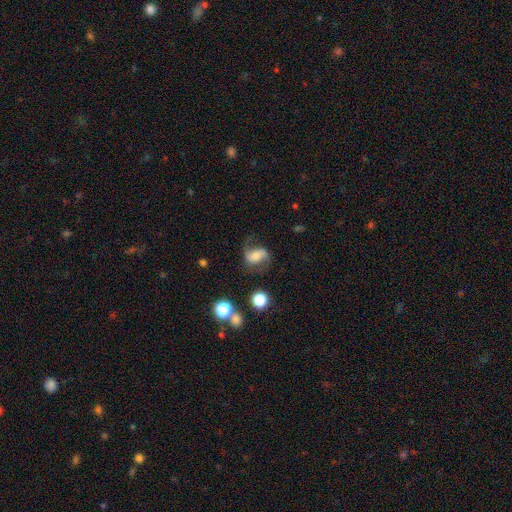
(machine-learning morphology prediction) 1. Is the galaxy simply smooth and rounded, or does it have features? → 63% featured or disk, 27% smooth, 10% star or artifact.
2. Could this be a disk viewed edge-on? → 97% no, 3% yes.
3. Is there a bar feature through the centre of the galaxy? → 39% no, 35% weak, 27% strong.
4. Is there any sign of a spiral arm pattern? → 89% yes, 11% no.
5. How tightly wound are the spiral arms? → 49% loose, 39% medium, 12% tight.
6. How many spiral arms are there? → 88% 2, 5% can't tell, 4% 1, 1% 3, 1% 4, 1% more than 4.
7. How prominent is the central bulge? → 50% moderate, 35% small, 9% large, 4% none, 3% dominant.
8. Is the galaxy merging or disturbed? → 63% none, 19% minor disturbance, 15% major disturbance, 3% merger.